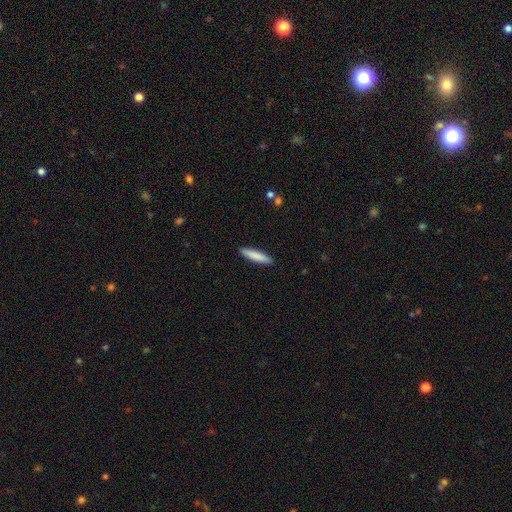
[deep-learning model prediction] Overall: smooth (83%). How rounded: cigar-shaped (88%). Merging: none (91%).